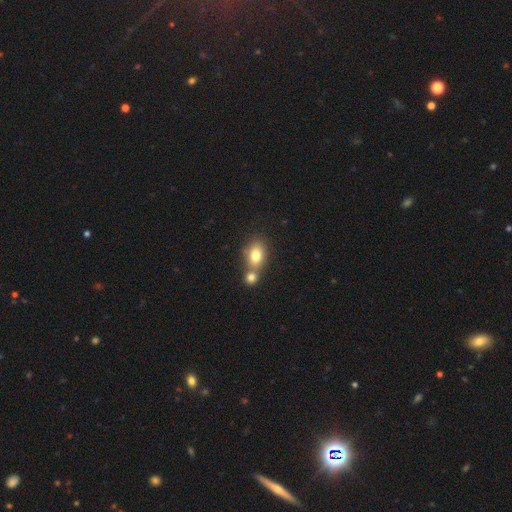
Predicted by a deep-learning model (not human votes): Smooth or featured: smooth — 78% (featured or disk — 12%)
How rounded: in between — 67% (round — 31%)
Merging: merger — 48% (none — 40%)